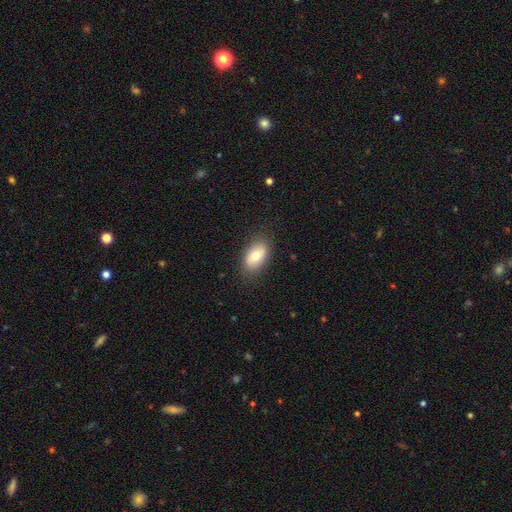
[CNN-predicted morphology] This appears to be a smooth galaxy with no disk features (75%) that is in between round and cigar-shaped (92%). Merging: none (84%).